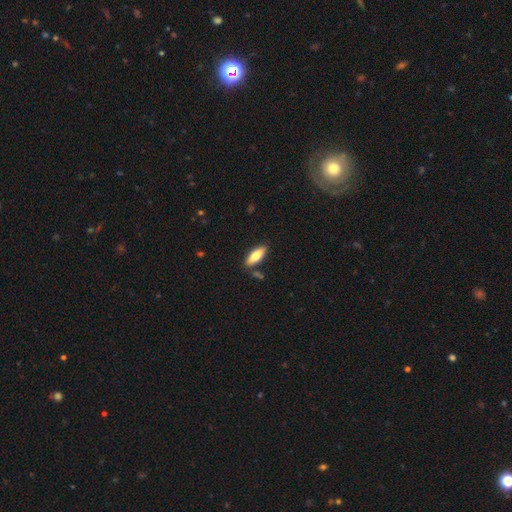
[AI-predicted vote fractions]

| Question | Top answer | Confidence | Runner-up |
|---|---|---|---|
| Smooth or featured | smooth | 74% | featured or disk (20%) |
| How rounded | in between | 67% | cigar-shaped (31%) |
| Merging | none | 84% | minor disturbance (10%) |